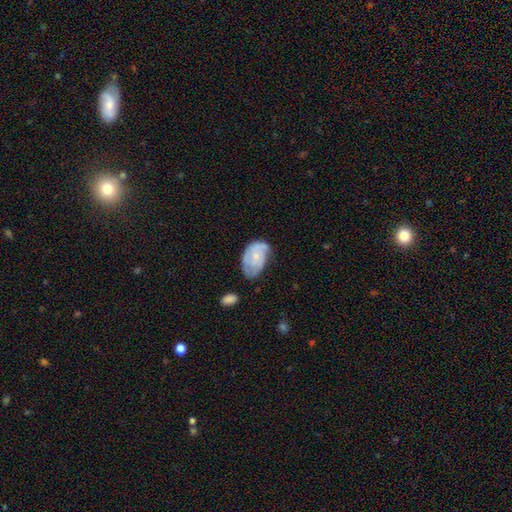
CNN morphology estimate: type=featured or disk (54%); edge-on=no (97%); bar=no (78%); spiral arms=yes (78%); bulge=small (69%); merging=none (44%).